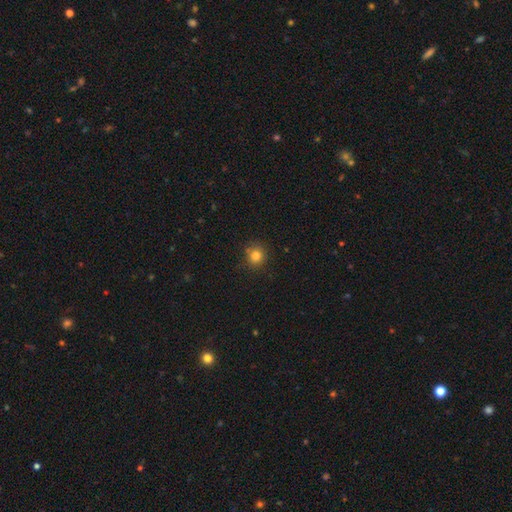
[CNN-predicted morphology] Q: Smooth or featured?
A: smooth (82%); runner-up: star or artifact (13%)
Q: How rounded?
A: round (88%); runner-up: in between (11%)
Q: Merging?
A: none (83%); runner-up: minor disturbance (12%)